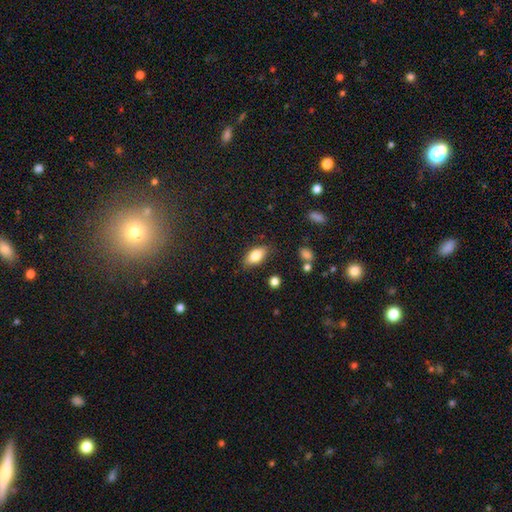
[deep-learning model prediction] smooth 79%, featured or disk 14%, star or artifact 8%. Down the decision tree: how rounded — in between (87%); merging — none (82%).